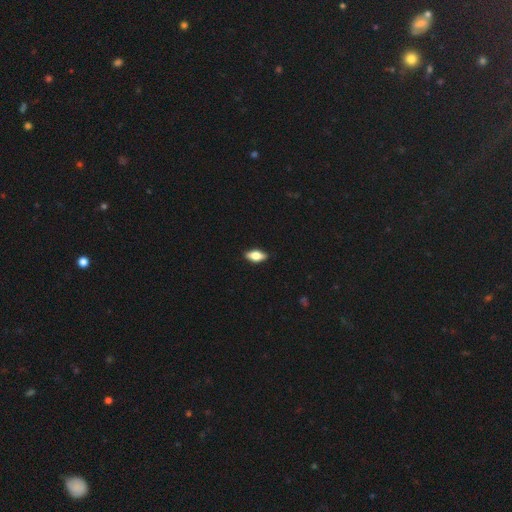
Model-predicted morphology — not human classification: A smooth galaxy with no disk features (68%) that is in between round and cigar-shaped (85%).

Vote fractions:
- Smooth or featured? smooth: 68% / featured or disk: 25% / star or artifact: 7%
- How rounded? in between: 85% / cigar-shaped: 11% / round: 4%
- Merging? none: 88% / minor disturbance: 9% / major disturbance: 2% / merger: 1%